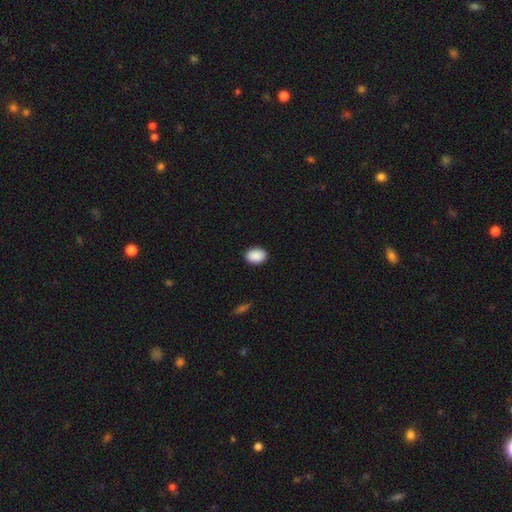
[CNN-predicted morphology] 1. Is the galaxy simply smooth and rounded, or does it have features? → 90% smooth, 7% star or artifact, 3% featured or disk.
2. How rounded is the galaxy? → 67% in between, 32% round, 1% cigar-shaped.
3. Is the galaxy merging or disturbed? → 90% none, 8% minor disturbance, 2% major disturbance, 1% merger.